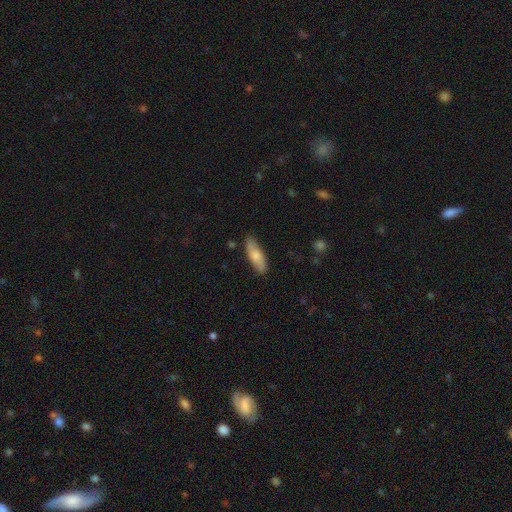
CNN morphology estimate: A smooth galaxy with no disk features (69%) that is in between round and cigar-shaped (59%).

Vote fractions:
- Smooth or featured? smooth: 69% / featured or disk: 25% / star or artifact: 6%
- How rounded? in between: 59% / cigar-shaped: 39% / round: 2%
- Merging? none: 82% / minor disturbance: 14% / major disturbance: 2% / merger: 1%